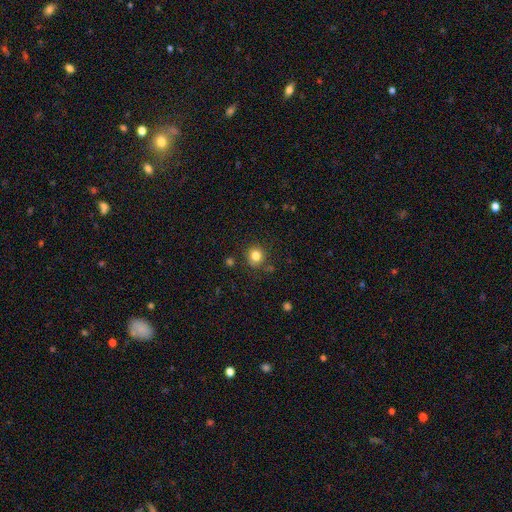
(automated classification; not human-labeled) Smooth or featured? Predicted: smooth (p=0.82). How rounded? Predicted: round (p=0.88). Merging? Predicted: none (p=0.84).